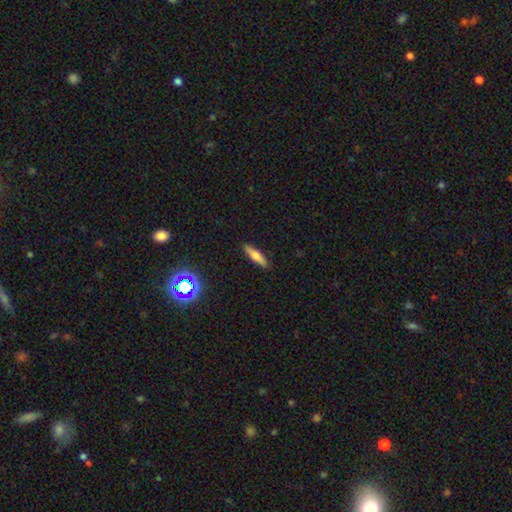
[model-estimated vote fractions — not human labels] This appears to be a smooth galaxy with no disk features (60%) that is cigar-shaped (78%). Merging: none (90%).